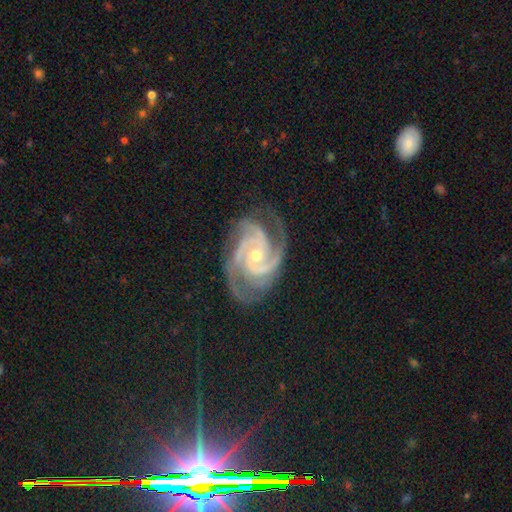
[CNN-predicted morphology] Smooth or featured? featured or disk (94%)
Edge-on disk? no (98%)
Bar? no (62%)
Spiral arms? yes (99%)
Spiral winding? tight (56%)
Spiral arm count? 3 (62%)
Bulge size? small (50%)
Merging? none (75%)